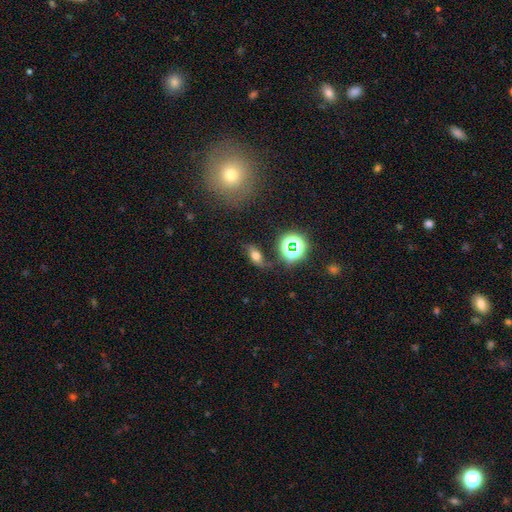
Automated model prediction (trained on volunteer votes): Smooth or featured?
  - smooth: 54% *
  - star or artifact: 24%
  - featured or disk: 22%
How rounded?
  - in between: 75% *
  - cigar-shaped: 14%
  - round: 11%
Merging?
  - none: 69% *
  - minor disturbance: 19%
  - major disturbance: 8%
  - merger: 4%